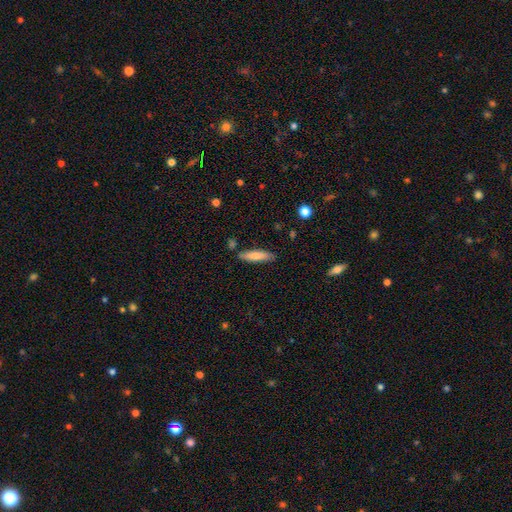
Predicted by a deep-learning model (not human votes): smooth_or_featured: smooth (p=0.78) [alt: featured or disk p=0.16]
how_rounded: cigar-shaped (p=0.77) [alt: in between p=0.21]
merging: none (p=0.84) [alt: minor disturbance p=0.11]